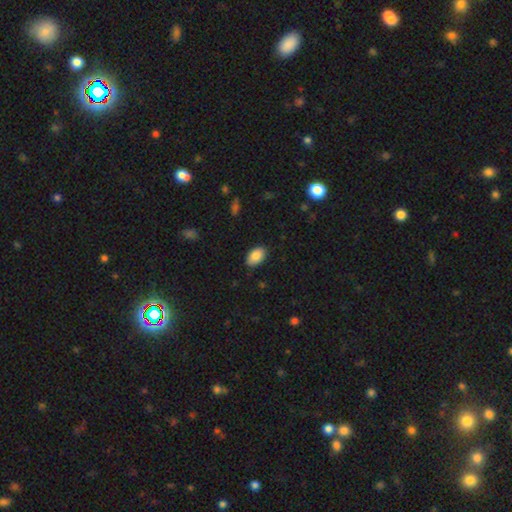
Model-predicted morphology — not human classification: Smooth or featured?
  - smooth: 87% *
  - star or artifact: 7%
  - featured or disk: 6%
How rounded?
  - in between: 92% *
  - round: 7%
  - cigar-shaped: 1%
Merging?
  - none: 86% *
  - minor disturbance: 11%
  - major disturbance: 2%
  - merger: 1%